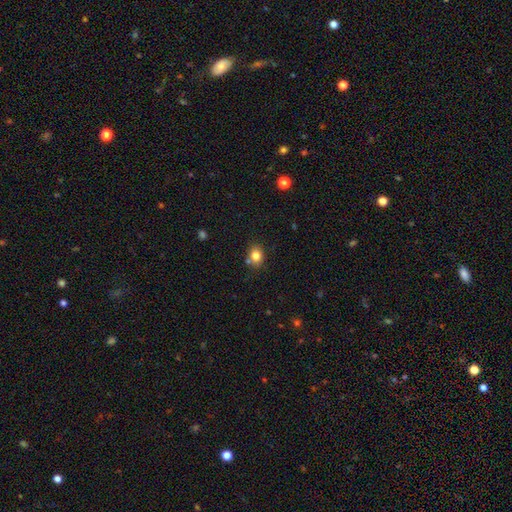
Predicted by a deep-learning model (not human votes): Q: Smooth or featured?
A: smooth (81%); runner-up: star or artifact (11%)
Q: How rounded?
A: round (56%); runner-up: in between (43%)
Q: Merging?
A: none (75%); runner-up: minor disturbance (13%)